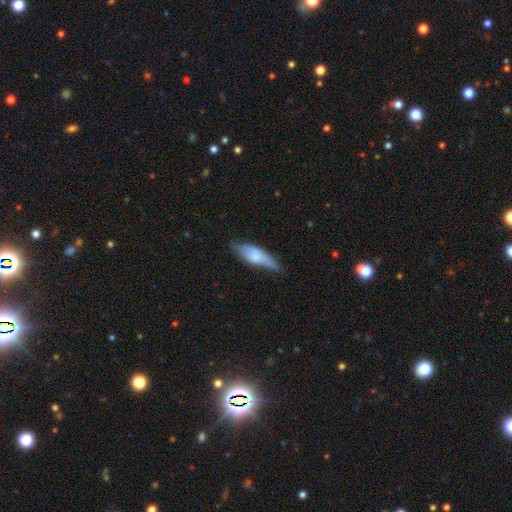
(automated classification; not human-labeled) This is possibly a smooth galaxy (55%). How rounded: possibly in between (54%). Merging: possibly none (58%).